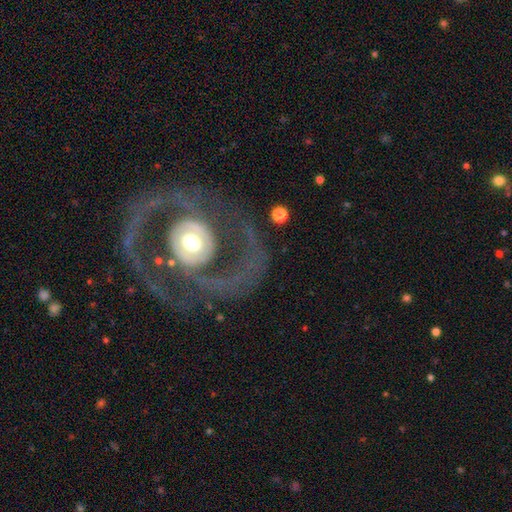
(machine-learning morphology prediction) A featured or disk galaxy (84%) with no bar (66%), 2 (83%) medium (44%) spiral arms (75%) and a moderate central bulge (59%). Merging: none (78%).